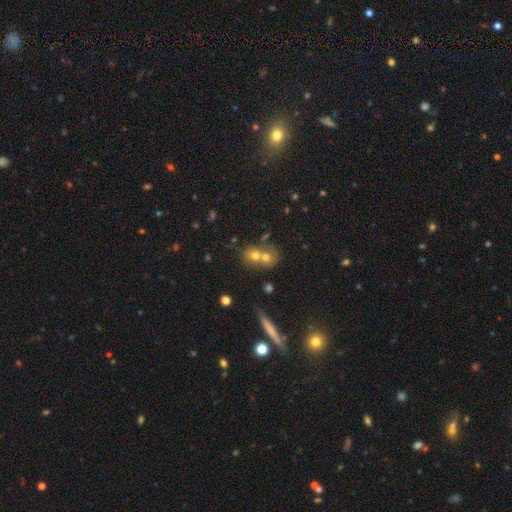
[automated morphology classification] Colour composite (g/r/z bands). It shows a smooth galaxy with no disk features (62%) that is round (64%). Merging: merger (61%).